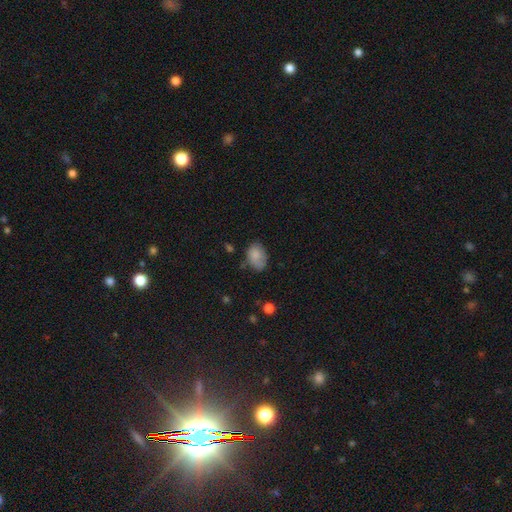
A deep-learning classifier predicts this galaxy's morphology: This is likely a smooth galaxy (80%). How rounded: clearly in between (82%). Merging: possibly none (56%).